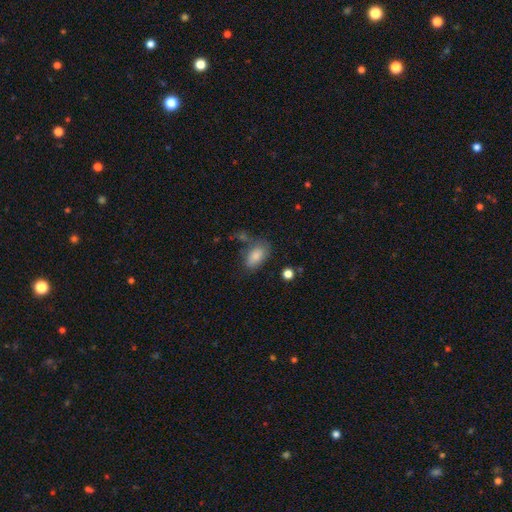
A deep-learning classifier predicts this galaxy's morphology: Smooth or featured? smooth (84%)
How rounded? in between (92%)
Merging? none (60%)